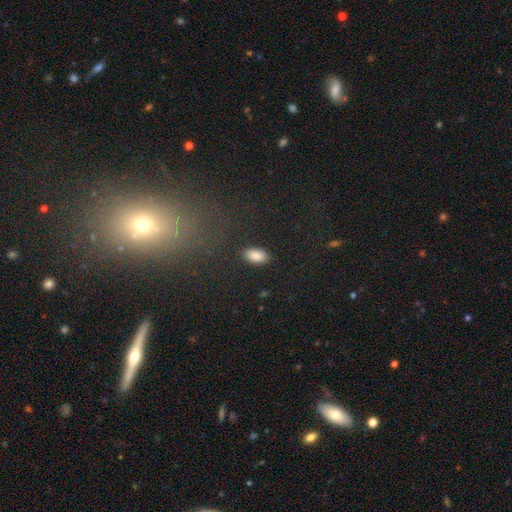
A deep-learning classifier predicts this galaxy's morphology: Smooth or featured: smooth — 88% (star or artifact — 8%)
How rounded: in between — 93% (round — 3%)
Merging: none — 88% (minor disturbance — 9%)